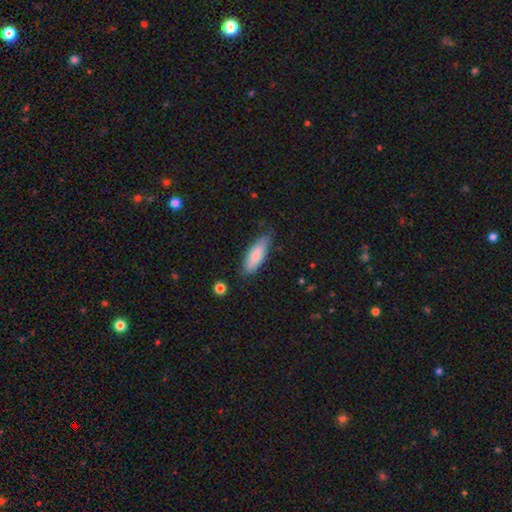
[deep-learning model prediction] Smooth or featured? smooth (79%)
How rounded? in between (61%)
Merging? none (75%)